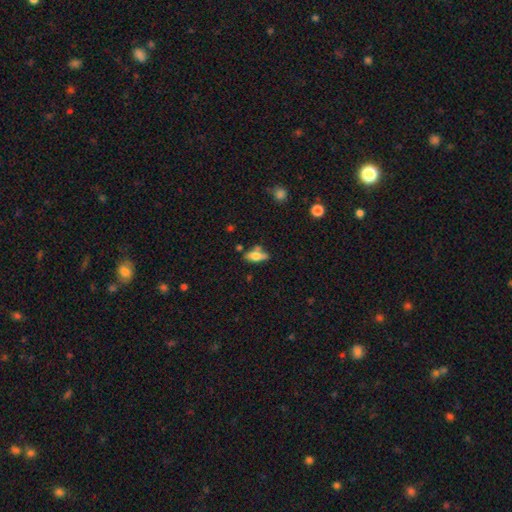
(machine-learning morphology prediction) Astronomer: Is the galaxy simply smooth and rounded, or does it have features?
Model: smooth — 63%.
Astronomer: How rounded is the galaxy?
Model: in between — 75%.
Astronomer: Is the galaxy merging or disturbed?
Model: none — 56%.